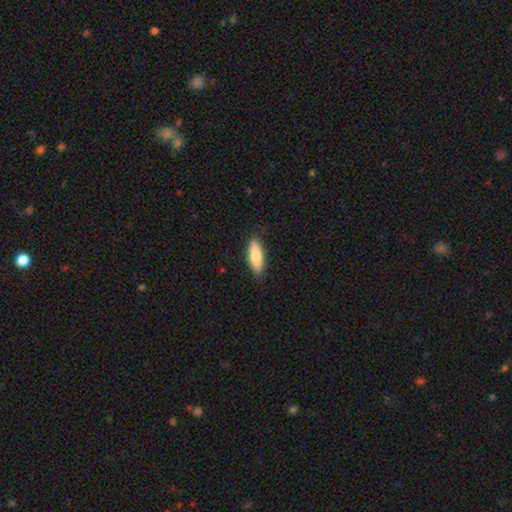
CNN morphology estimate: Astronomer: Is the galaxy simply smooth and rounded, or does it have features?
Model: smooth — 84%.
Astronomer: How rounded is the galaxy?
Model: in between — 58% (runner-up: cigar-shaped, 40%).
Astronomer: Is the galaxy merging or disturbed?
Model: none — 85%.